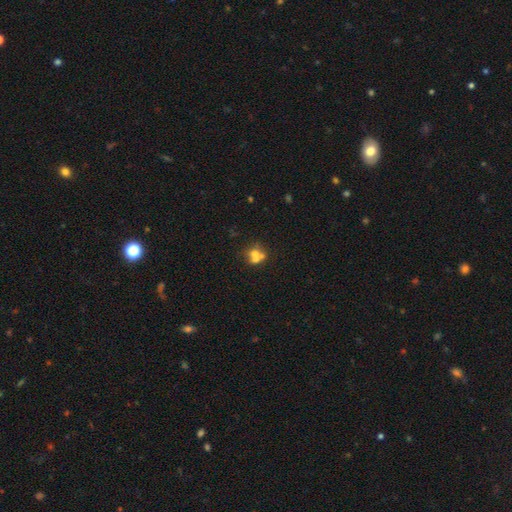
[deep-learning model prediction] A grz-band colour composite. It shows a smooth galaxy with no disk features (56%) that is round (76%). Merging: merger (54%).